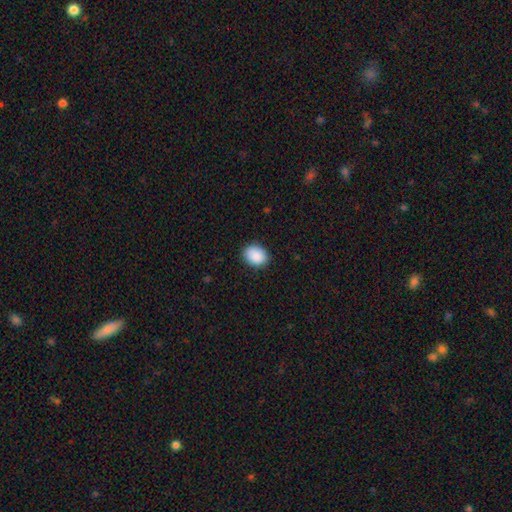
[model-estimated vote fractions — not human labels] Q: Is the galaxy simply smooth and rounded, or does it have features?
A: smooth — 90%.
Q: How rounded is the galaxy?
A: in between — 61%.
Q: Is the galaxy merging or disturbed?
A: none — 86%.